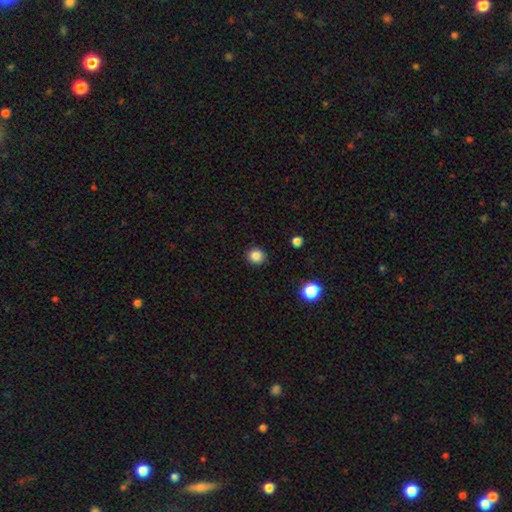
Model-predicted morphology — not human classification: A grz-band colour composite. It shows a smooth galaxy with no disk features (86%) that is round (87%). Merging: none (90%).